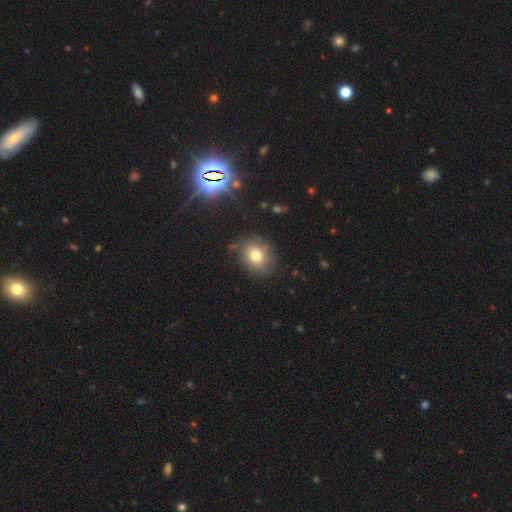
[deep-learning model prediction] Smooth or featured?
  - smooth: 74% *
  - star or artifact: 14%
  - featured or disk: 12%
How rounded?
  - round: 73% *
  - in between: 26%
  - cigar-shaped: 1%
Merging?
  - none: 79% *
  - minor disturbance: 14%
  - major disturbance: 4%
  - merger: 3%